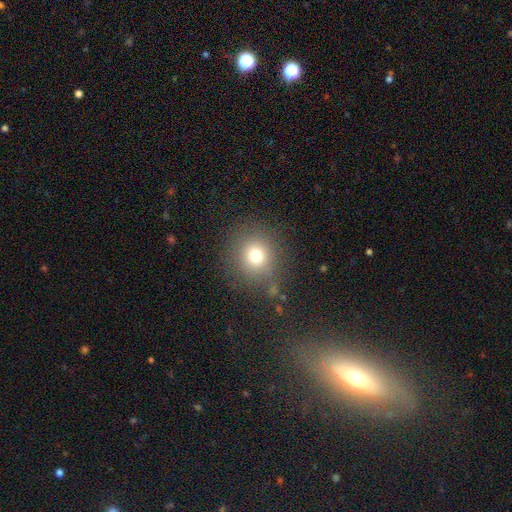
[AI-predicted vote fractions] Smooth or featured? smooth (74%)
How rounded? round (88%)
Merging? none (82%)